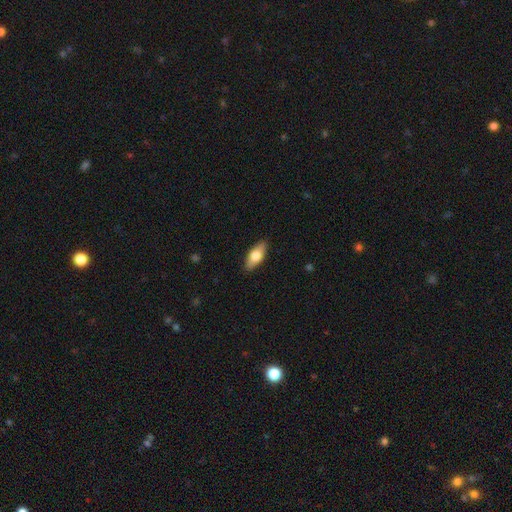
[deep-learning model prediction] Smooth or featured?
  - smooth: 68% *
  - featured or disk: 26%
  - star or artifact: 6%
How rounded?
  - in between: 79% *
  - cigar-shaped: 18%
  - round: 3%
Merging?
  - none: 88% *
  - minor disturbance: 9%
  - major disturbance: 2%
  - merger: 1%